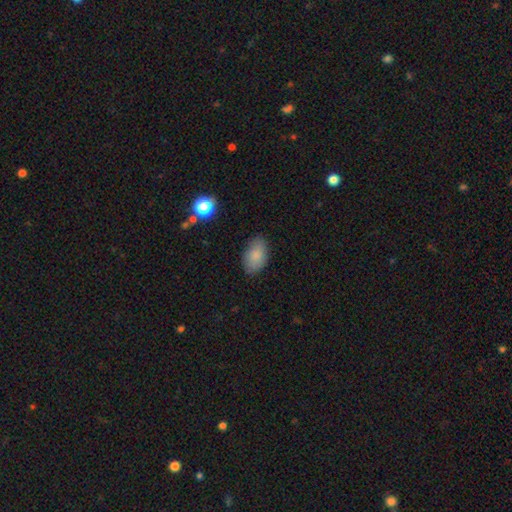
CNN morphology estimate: This appears to be a smooth galaxy with no disk features (85%) that is in between round and cigar-shaped (91%). Merging: none (82%).